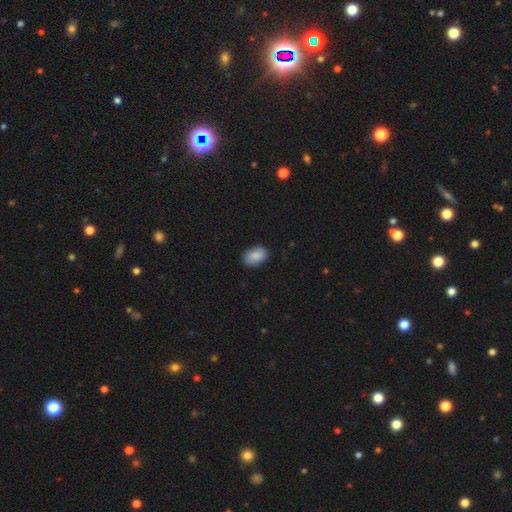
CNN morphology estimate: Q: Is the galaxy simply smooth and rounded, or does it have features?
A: smooth — 85%.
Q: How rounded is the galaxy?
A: in between — 88%.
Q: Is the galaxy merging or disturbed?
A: none — 84%.